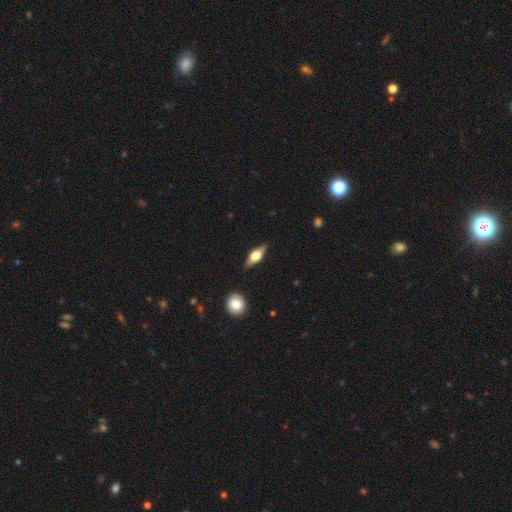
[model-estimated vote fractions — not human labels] This is likely a featured or disk galaxy (62%). It is clearly viewed edge-on (94%). Edge-on bulge: clearly rounded (92%). Merging: clearly none (85%).